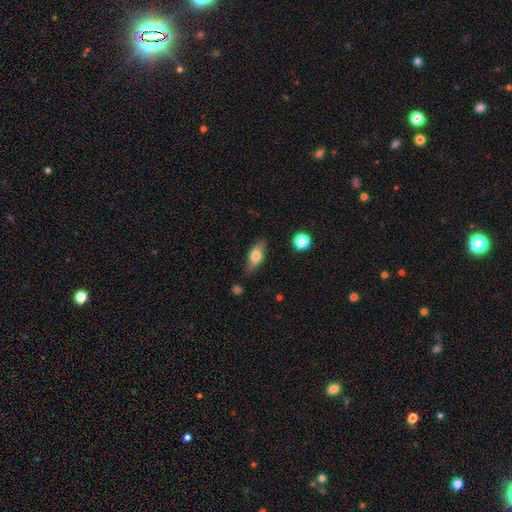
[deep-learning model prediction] A smooth galaxy with no disk features (71%) that is in between round and cigar-shaped (76%). Merging: none (79%).